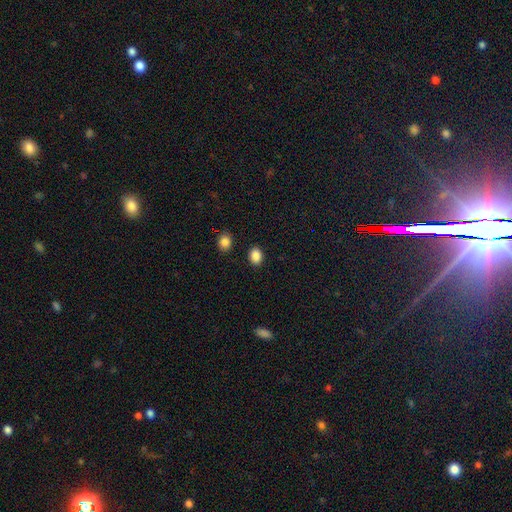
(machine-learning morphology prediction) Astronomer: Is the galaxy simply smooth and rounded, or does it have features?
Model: smooth — 88%.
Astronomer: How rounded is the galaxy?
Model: in between — 59% (runner-up: round, 40%).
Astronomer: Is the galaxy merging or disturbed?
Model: none — 88%.